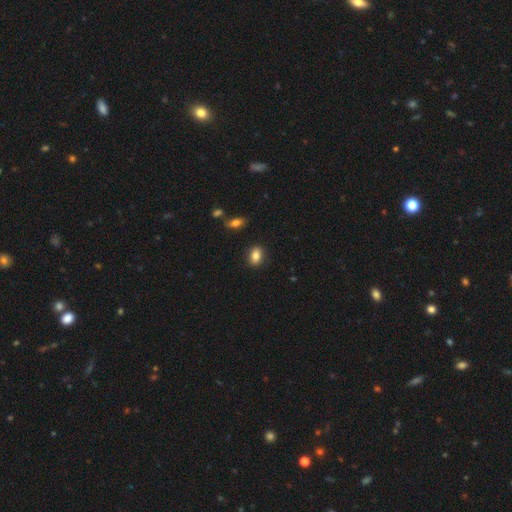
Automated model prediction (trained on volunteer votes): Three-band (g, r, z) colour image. It shows a smooth galaxy with no disk features (85%) that is in between round and cigar-shaped (74%). Merging: none (87%).